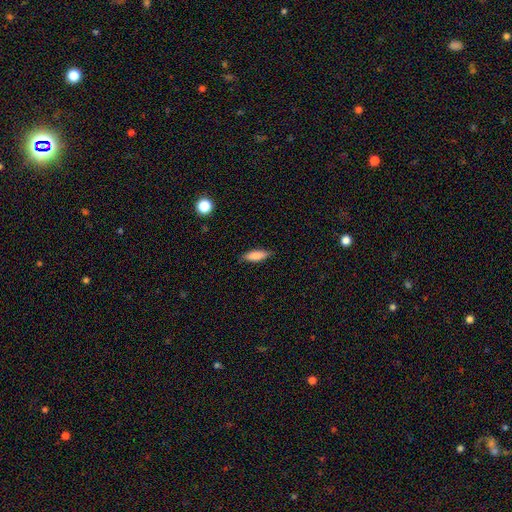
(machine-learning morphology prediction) This is clearly a smooth galaxy (80%). How rounded: possibly in between (51%). Merging: clearly none (83%).